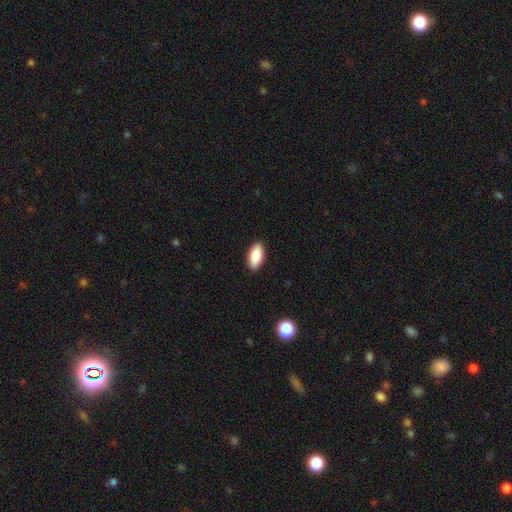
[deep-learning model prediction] A smooth galaxy with no disk features (87%) that is in between round and cigar-shaped (89%).

Vote fractions:
- Smooth or featured? smooth: 87% / featured or disk: 7% / star or artifact: 6%
- How rounded? in between: 89% / cigar-shaped: 8% / round: 2%
- Merging? none: 90% / minor disturbance: 7% / major disturbance: 2% / merger: 1%